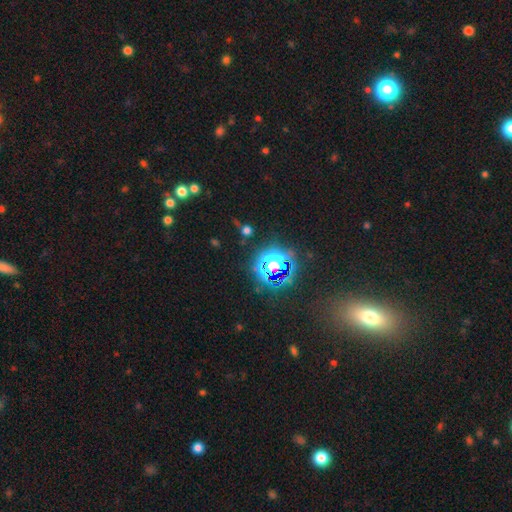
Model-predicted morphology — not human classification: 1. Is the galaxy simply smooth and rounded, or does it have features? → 72% star or artifact, 18% smooth, 9% featured or disk.